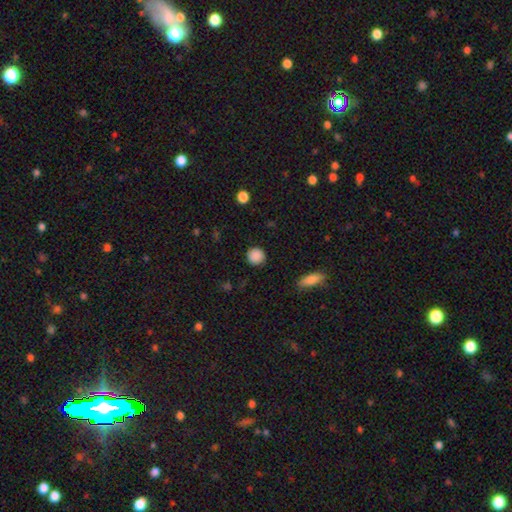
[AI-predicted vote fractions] A smooth galaxy with no disk features (88%) that is round (93%). Merging: none (90%).